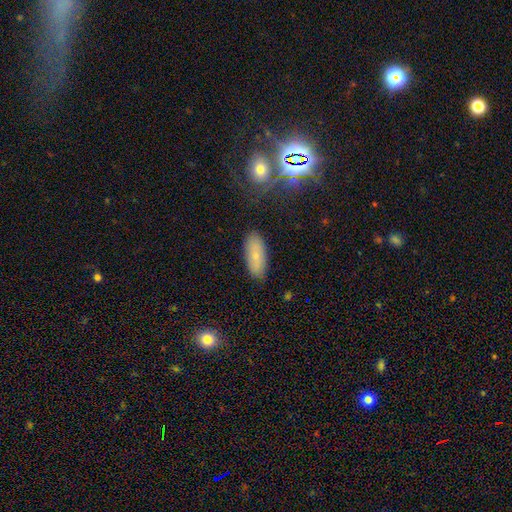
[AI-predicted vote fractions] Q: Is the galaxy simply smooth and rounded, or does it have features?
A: smooth — 68%.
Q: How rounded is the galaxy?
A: in between — 81%.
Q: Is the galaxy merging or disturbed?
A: none — 83%.